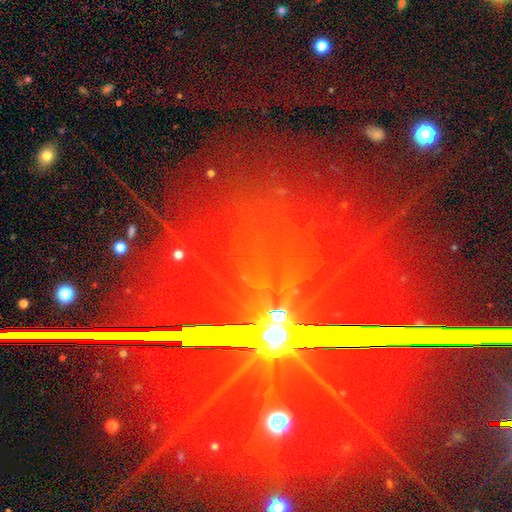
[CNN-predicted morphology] Overall: star or artifact (73%).